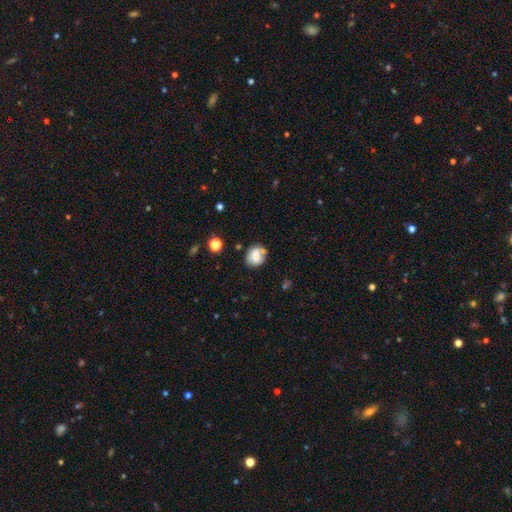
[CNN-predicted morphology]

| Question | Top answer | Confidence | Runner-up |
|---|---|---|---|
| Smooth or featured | smooth | 68% | featured or disk (22%) |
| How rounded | round | 54% | in between (45%) |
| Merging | none | 54% | minor disturbance (23%) |